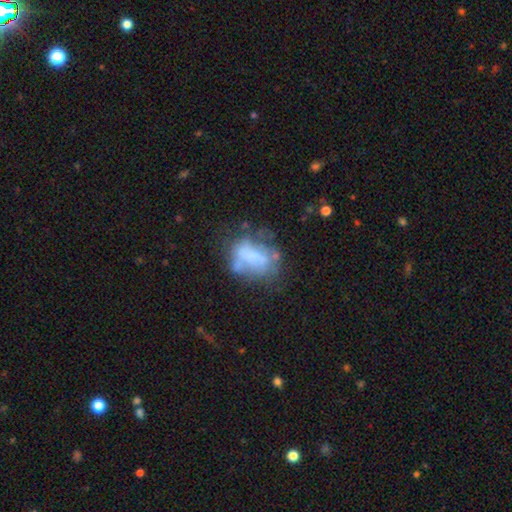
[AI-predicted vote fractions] featured or disk 49%, smooth 40%, star or artifact 12%. Down the decision tree: merging — none (34%).